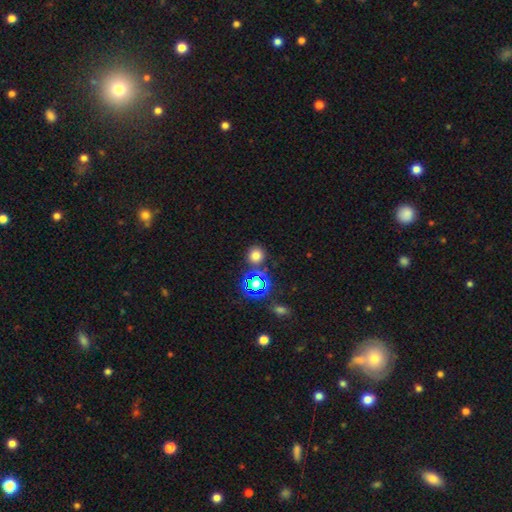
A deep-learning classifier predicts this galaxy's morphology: Q: Smooth or featured?
A: smooth (70%); runner-up: star or artifact (24%)
Q: How rounded?
A: round (90%); runner-up: in between (9%)
Q: Merging?
A: none (82%); runner-up: merger (8%)